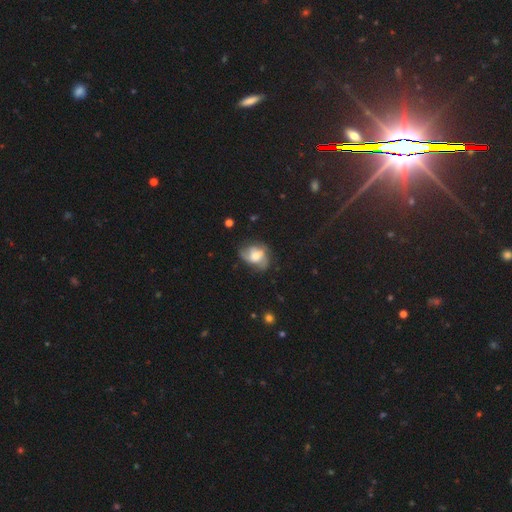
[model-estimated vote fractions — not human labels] Smooth or featured: featured or disk — 53% (smooth — 38%)
Edge-on disk: no — 97% (yes — 3%)
Bar: no — 58% (weak — 33%)
Spiral arms: yes — 75% (no — 25%)
Bulge size: moderate — 38% (large — 29%)
Merging: none — 47% (minor disturbance — 28%)